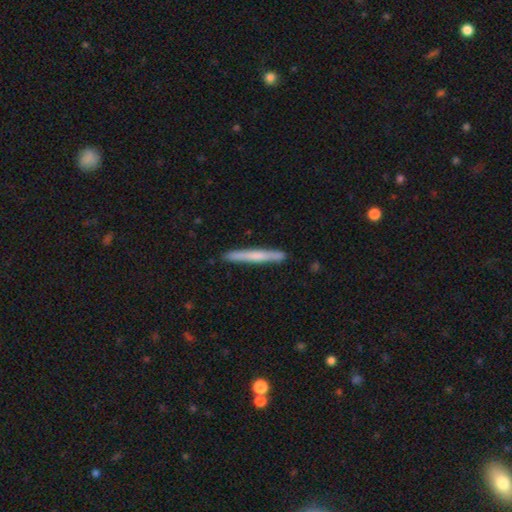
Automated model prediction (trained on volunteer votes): This appears to be a smooth galaxy with no disk features (56%) that is cigar-shaped (97%). Merging: none (89%).